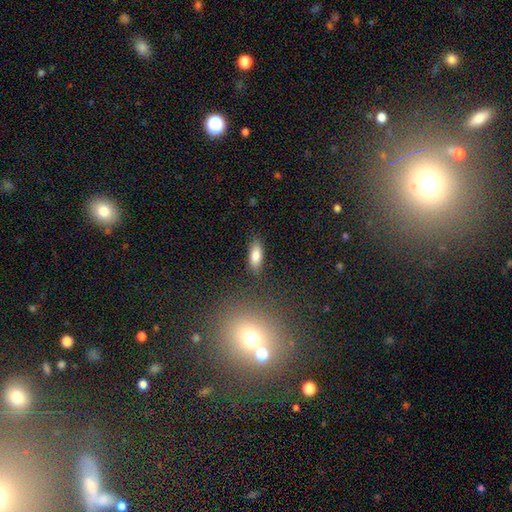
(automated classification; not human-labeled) Q: Smooth or featured?
A: smooth (83%); runner-up: featured or disk (9%)
Q: How rounded?
A: in between (76%); runner-up: cigar-shaped (21%)
Q: Merging?
A: none (84%); runner-up: minor disturbance (11%)